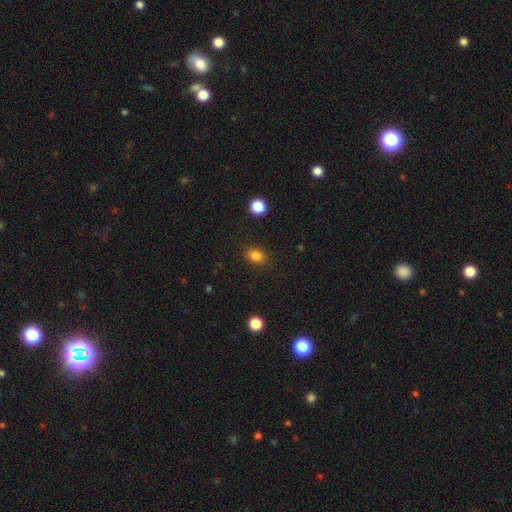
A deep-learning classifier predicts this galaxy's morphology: Smooth or featured: smooth — 84% (star or artifact — 12%)
How rounded: in between — 57% (round — 42%)
Merging: none — 87% (minor disturbance — 9%)